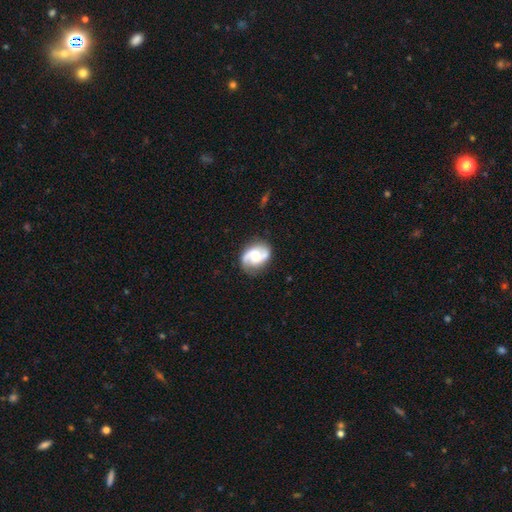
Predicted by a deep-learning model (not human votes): Q: Smooth or featured?
A: featured or disk (75%); runner-up: smooth (19%)
Q: Edge-on disk?
A: no (98%); runner-up: yes (2%)
Q: Bar?
A: no (52%); runner-up: weak (37%)
Q: Spiral arms?
A: yes (94%); runner-up: no (6%)
Q: Spiral winding?
A: medium (46%); runner-up: loose (32%)
Q: Spiral arm count?
A: 2 (86%); runner-up: 1 (5%)
Q: Bulge size?
A: moderate (41%); runner-up: small (31%)
Q: Merging?
A: none (70%); runner-up: minor disturbance (18%)